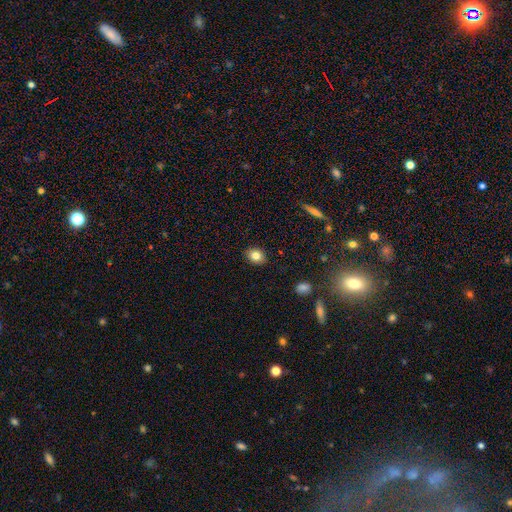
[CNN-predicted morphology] Smooth or featured? Predicted: smooth (p=0.82). How rounded? Predicted: round (p=0.50). Merging? Predicted: none (p=0.89).